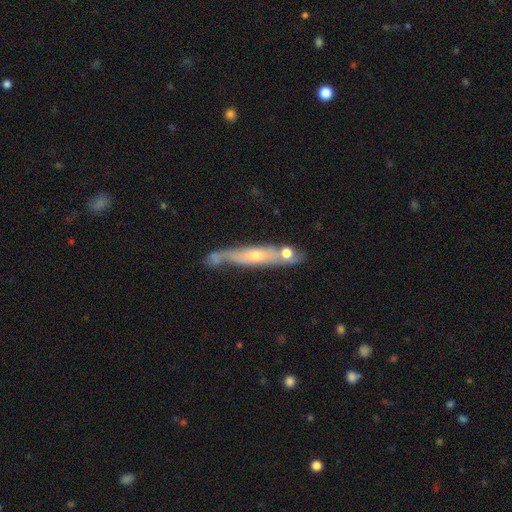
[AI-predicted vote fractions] smooth-or-featured: featured or disk: 60% | smooth: 33% | star or artifact: 7%
  disk-edge-on: yes: 70% | no: 30%
  merging: none: 51% | merger: 23% | minor disturbance: 20% | major disturbance: 7%